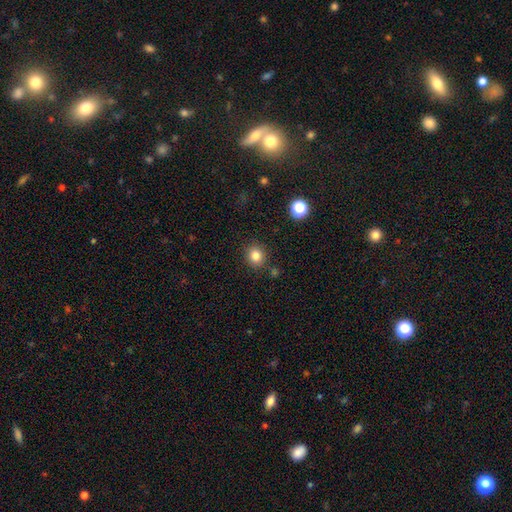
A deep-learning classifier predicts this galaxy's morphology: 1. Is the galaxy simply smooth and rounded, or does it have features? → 83% smooth, 12% star or artifact, 6% featured or disk.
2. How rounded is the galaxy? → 83% round, 16% in between, 1% cigar-shaped.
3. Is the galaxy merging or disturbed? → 86% none, 8% minor disturbance, 3% merger, 3% major disturbance.